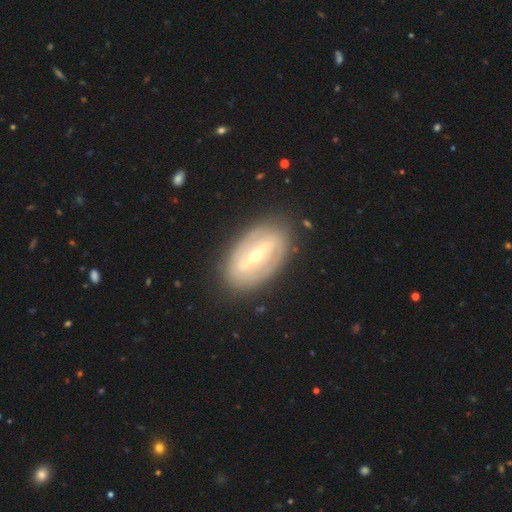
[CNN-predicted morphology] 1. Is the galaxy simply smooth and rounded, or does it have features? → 76% featured or disk, 19% smooth, 6% star or artifact.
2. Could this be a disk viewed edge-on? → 91% no, 9% yes.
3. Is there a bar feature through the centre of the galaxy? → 54% strong, 31% weak, 15% no.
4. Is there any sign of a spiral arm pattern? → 59% yes, 41% no.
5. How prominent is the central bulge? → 50% moderate, 47% small, 2% large, 1% dominant, 1% none.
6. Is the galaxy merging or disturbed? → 83% none, 11% minor disturbance, 4% major disturbance, 1% merger.